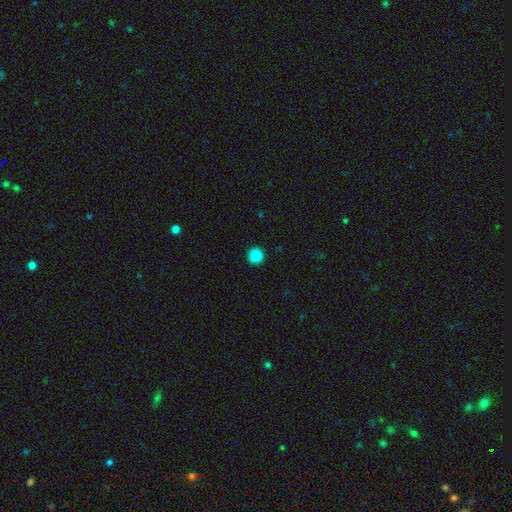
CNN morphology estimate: A smooth galaxy with no disk features (87%) that is round (95%). Merging: none (92%).